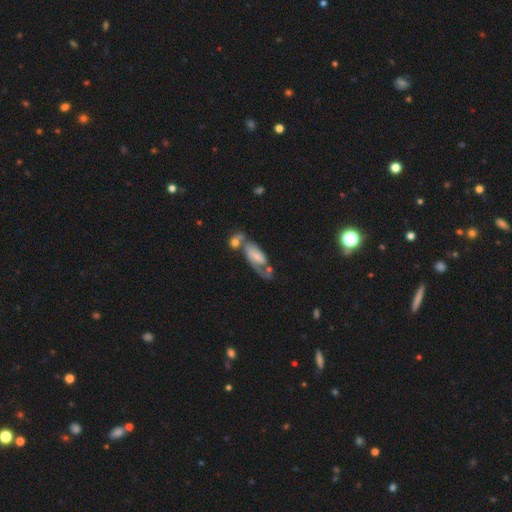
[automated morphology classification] featured or disk 56%, smooth 37%, star or artifact 7%. Down the decision tree: edge-on disk — no (90%); bar — no (47%); spiral arms — yes (76%); bulge size — none (30%); merging — merger (35%).